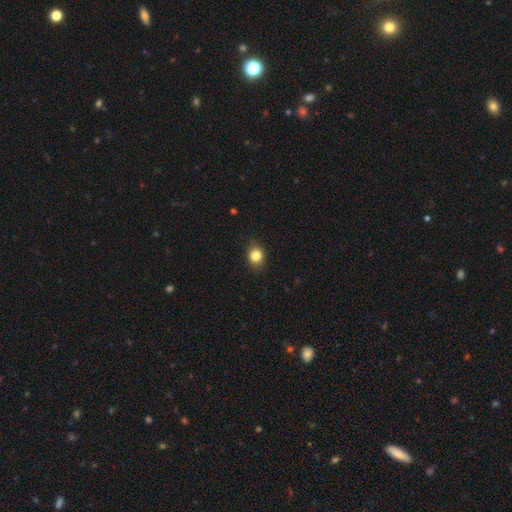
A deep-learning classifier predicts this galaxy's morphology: smooth-or-featured: smooth: 83% | star or artifact: 11% | featured or disk: 7%
  how-rounded: round: 64% | in between: 35% | cigar-shaped: 1%
  merging: none: 85% | minor disturbance: 12% | major disturbance: 2% | merger: 1%